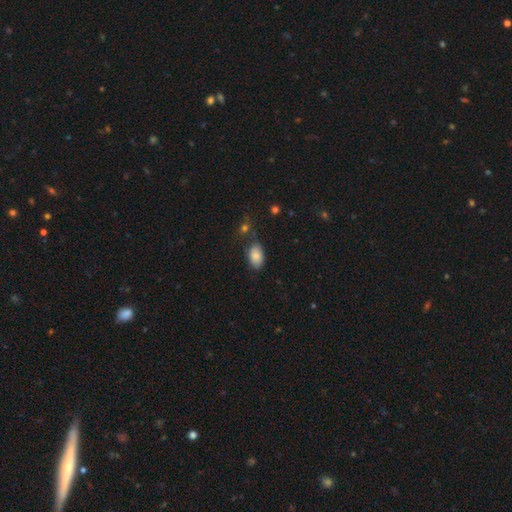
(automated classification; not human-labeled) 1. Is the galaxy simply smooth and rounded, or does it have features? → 84% smooth, 8% star or artifact, 8% featured or disk.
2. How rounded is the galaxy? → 92% in between, 6% round, 2% cigar-shaped.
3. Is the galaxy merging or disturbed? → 70% none, 19% minor disturbance, 6% merger, 5% major disturbance.